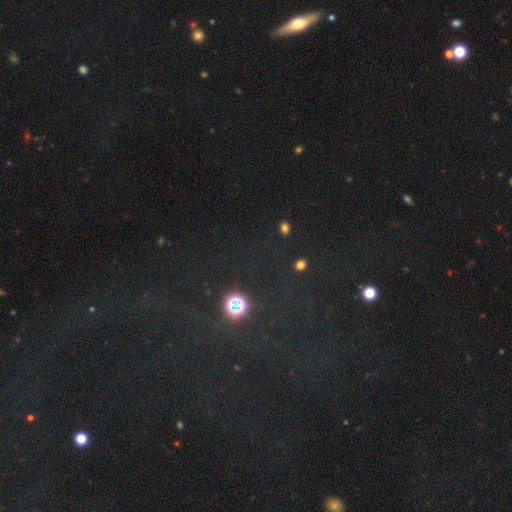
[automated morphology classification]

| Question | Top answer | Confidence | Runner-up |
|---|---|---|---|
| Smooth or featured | star or artifact | 70% | smooth (20%) |